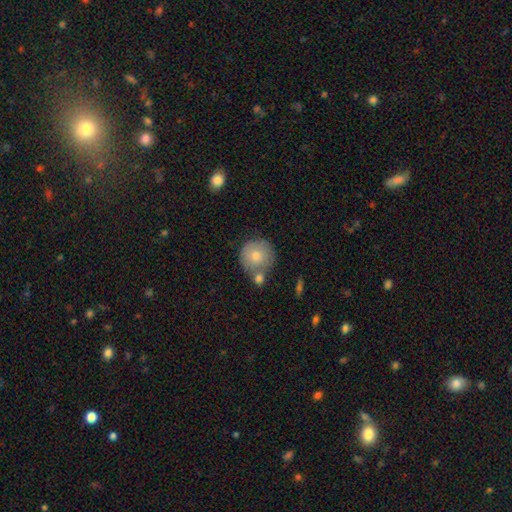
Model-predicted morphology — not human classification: smooth 77%, featured or disk 16%, star or artifact 7%. Down the decision tree: how rounded — round (93%); merging — none (53%).